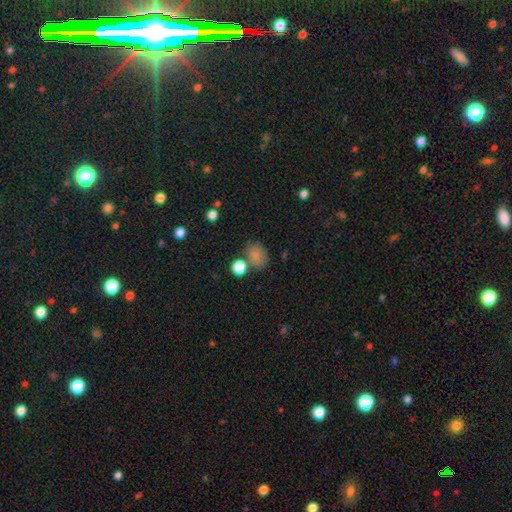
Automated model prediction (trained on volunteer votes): Smooth or featured? smooth (80%)
How rounded? in between (53%)
Merging? none (63%)